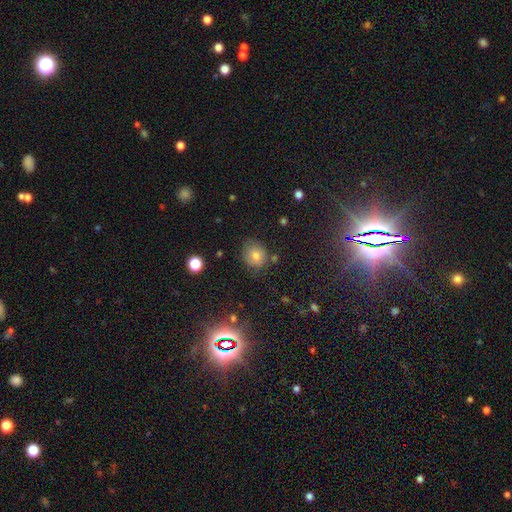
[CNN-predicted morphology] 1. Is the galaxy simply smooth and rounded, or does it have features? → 70% smooth, 19% star or artifact, 11% featured or disk.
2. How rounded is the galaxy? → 75% round, 24% in between, 1% cigar-shaped.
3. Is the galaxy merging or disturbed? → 77% none, 16% minor disturbance, 4% major disturbance, 3% merger.